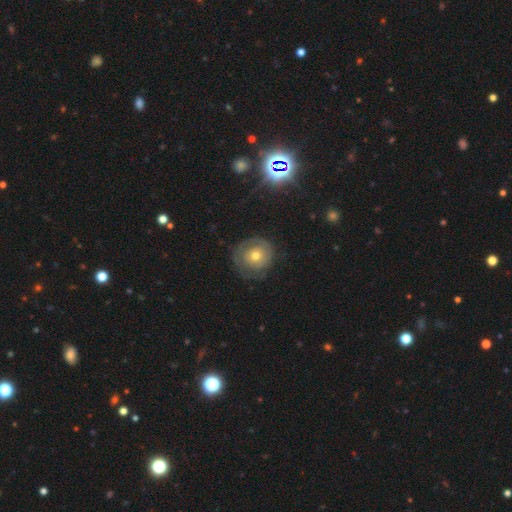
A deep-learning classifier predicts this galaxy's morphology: Smooth or featured? Predicted: featured or disk (p=0.56). Edge-on disk? Predicted: no (p=0.96). Bar? Predicted: no (p=0.84). Spiral arms? Predicted: yes (p=0.69). Bulge size? Predicted: moderate (p=0.63). Merging? Predicted: none (p=0.72).